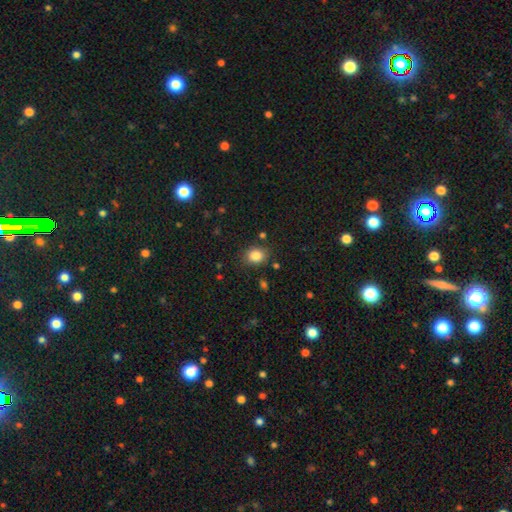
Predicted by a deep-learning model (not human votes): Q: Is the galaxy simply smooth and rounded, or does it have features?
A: smooth — 84%.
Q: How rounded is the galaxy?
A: round — 54%.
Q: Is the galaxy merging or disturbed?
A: none — 82%.